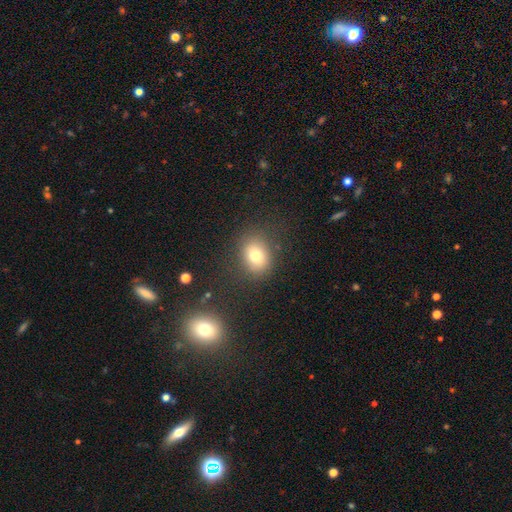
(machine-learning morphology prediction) The model was most divided on "how rounded": round: 53%, in between: 46%, cigar-shaped: 1%. More confident: merging — none (80%); smooth or featured — smooth (76%).